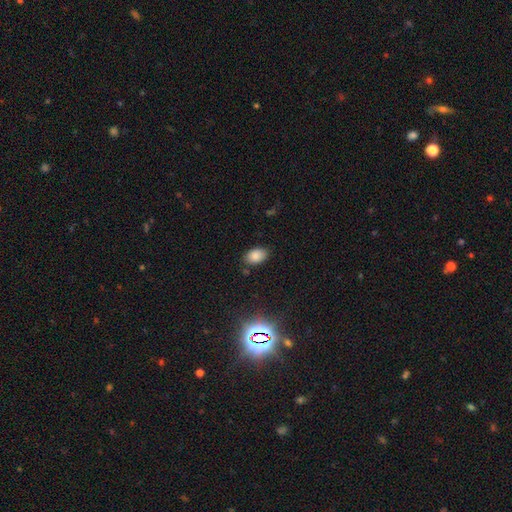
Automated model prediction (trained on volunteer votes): Smooth or featured: smooth — 81% (star or artifact — 13%)
How rounded: in between — 88% (round — 11%)
Merging: none — 81% (minor disturbance — 13%)